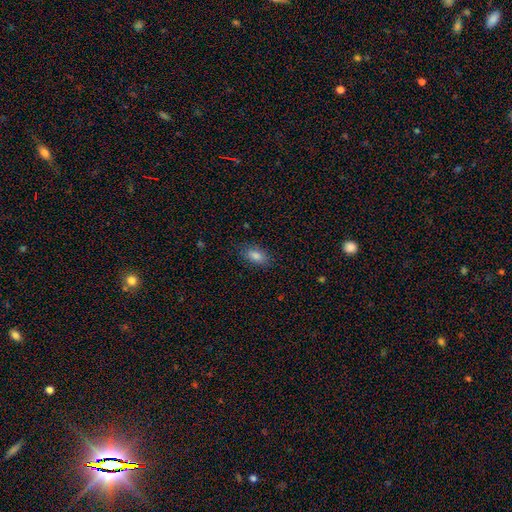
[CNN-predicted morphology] This is clearly a smooth galaxy (82%). How rounded: clearly in between (88%). Merging: clearly none (85%).